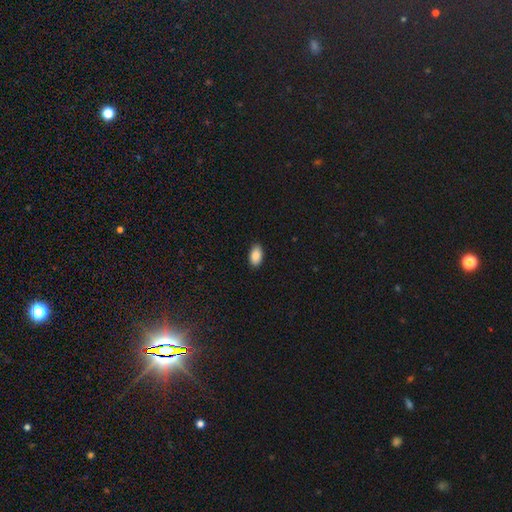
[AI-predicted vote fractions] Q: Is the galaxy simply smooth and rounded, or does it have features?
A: smooth — 88%.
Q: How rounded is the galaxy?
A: in between — 94%.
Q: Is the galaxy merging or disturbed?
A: none — 88%.